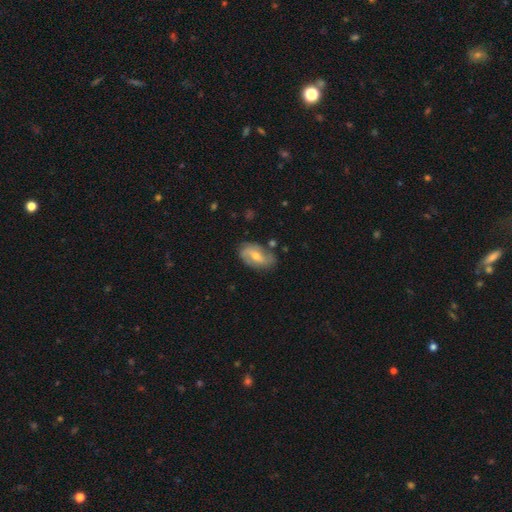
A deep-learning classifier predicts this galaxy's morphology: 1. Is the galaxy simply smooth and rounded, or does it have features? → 63% featured or disk, 29% smooth, 8% star or artifact.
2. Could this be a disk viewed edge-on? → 93% no, 7% yes.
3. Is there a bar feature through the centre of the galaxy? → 46% weak, 35% no, 19% strong.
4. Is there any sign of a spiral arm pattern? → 82% yes, 18% no.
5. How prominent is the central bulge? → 59% moderate, 35% small, 3% large, 2% none, 1% dominant.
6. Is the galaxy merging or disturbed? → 73% none, 19% minor disturbance, 5% major disturbance, 4% merger.